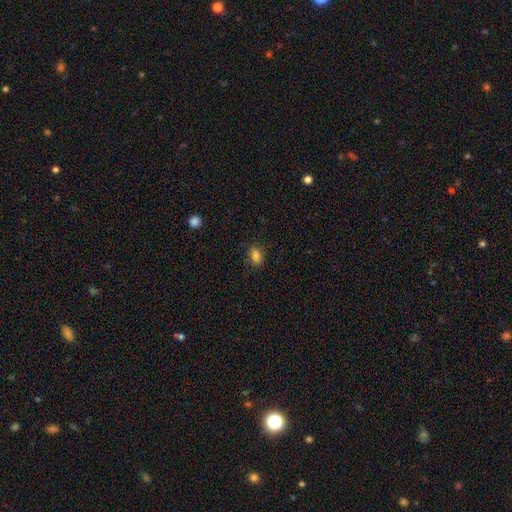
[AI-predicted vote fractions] smooth-or-featured: smooth: 84% | star or artifact: 11% | featured or disk: 5%
  how-rounded: in between: 82% | round: 14% | cigar-shaped: 4%
  merging: none: 81% | minor disturbance: 14% | major disturbance: 3% | merger: 1%